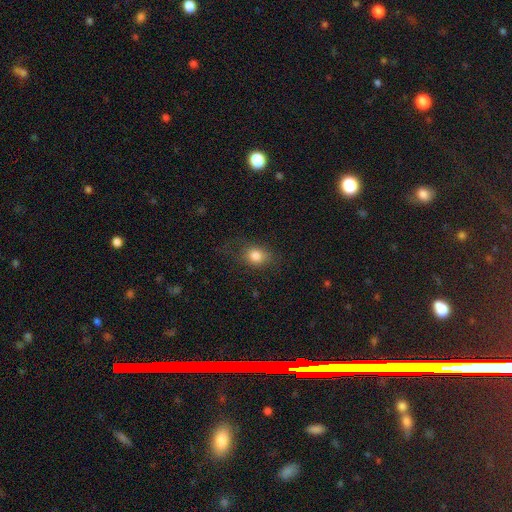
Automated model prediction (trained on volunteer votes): Overall: smooth (81%). How rounded: in between (49%, tied with round). Merging: none (66%).